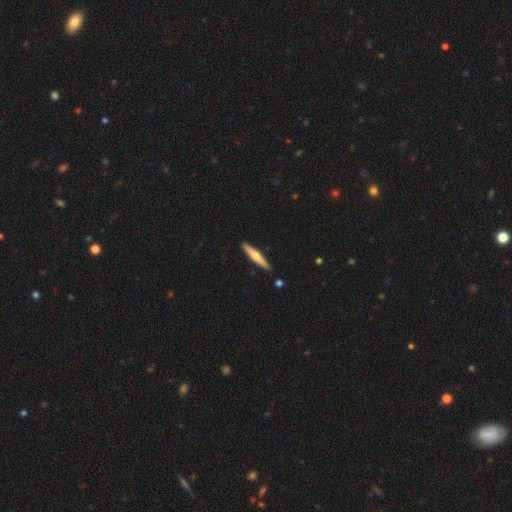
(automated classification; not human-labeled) featured or disk 49%, smooth 46%, star or artifact 5%. Down the decision tree: merging — none (90%).